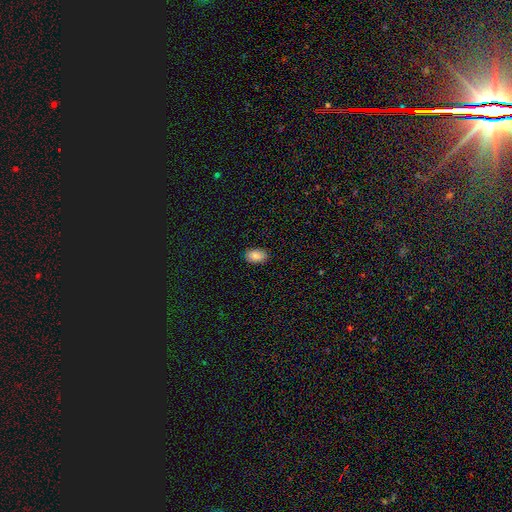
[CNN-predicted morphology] Smooth or featured? Predicted: smooth (p=0.86). How rounded? Predicted: in between (p=0.90). Merging? Predicted: none (p=0.89).